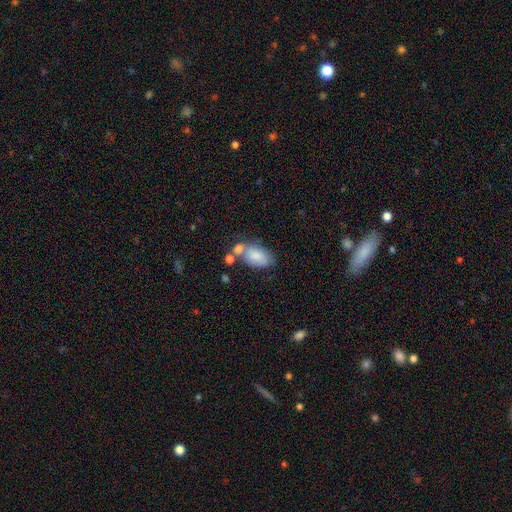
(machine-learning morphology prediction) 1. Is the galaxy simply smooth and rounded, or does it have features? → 79% smooth, 14% featured or disk, 7% star or artifact.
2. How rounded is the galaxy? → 92% in between, 7% round, 2% cigar-shaped.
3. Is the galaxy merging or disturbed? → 38% none, 31% merger, 21% minor disturbance, 9% major disturbance.